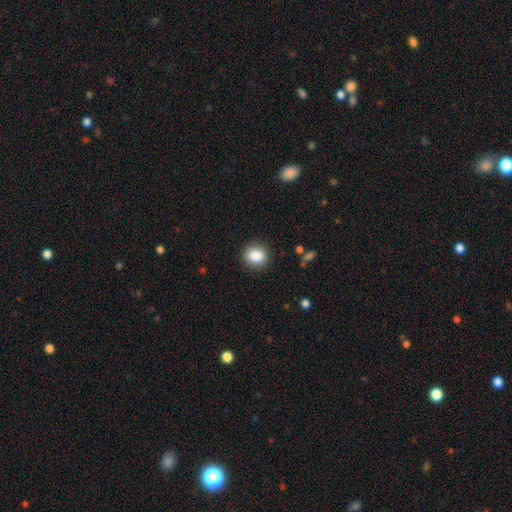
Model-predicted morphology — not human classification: type=smooth (87%); roundness=round (72%); merging=none (88%).